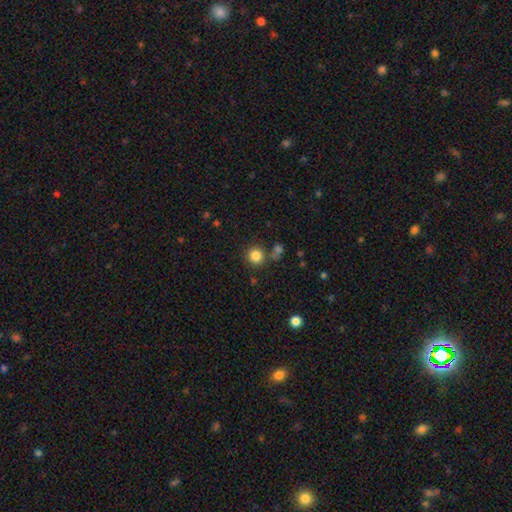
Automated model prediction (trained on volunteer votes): smooth 83%, star or artifact 12%, featured or disk 5%. Down the decision tree: how rounded — round (91%); merging — none (77%).